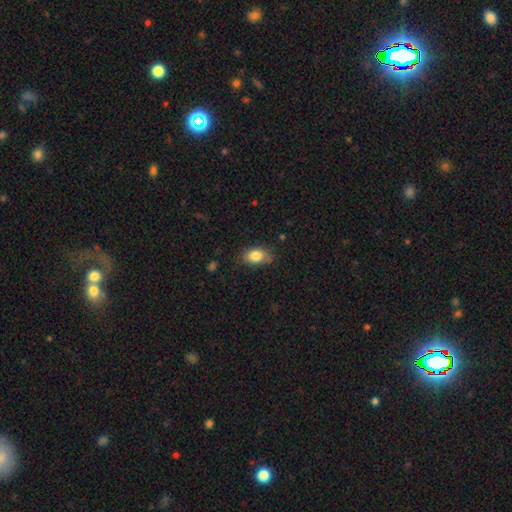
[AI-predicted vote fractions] This is clearly a smooth galaxy (83%). How rounded: clearly in between (83%). Merging: likely none (75%).